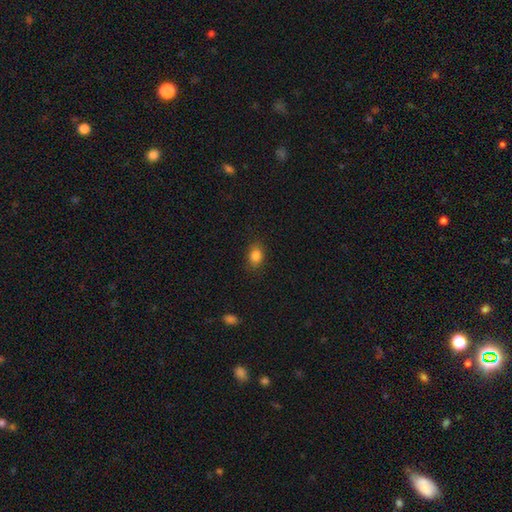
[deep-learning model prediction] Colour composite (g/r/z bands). It shows a smooth galaxy with no disk features (85%) that is in between round and cigar-shaped (68%). Merging: none (85%).